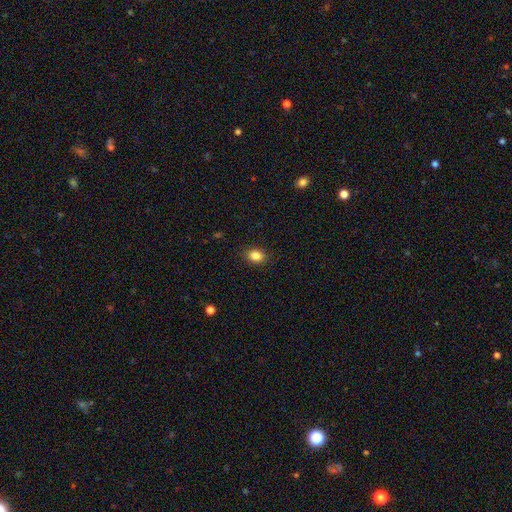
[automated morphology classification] Smooth or featured: smooth — 86% (star or artifact — 10%)
How rounded: in between — 70% (round — 29%)
Merging: none — 89% (minor disturbance — 8%)